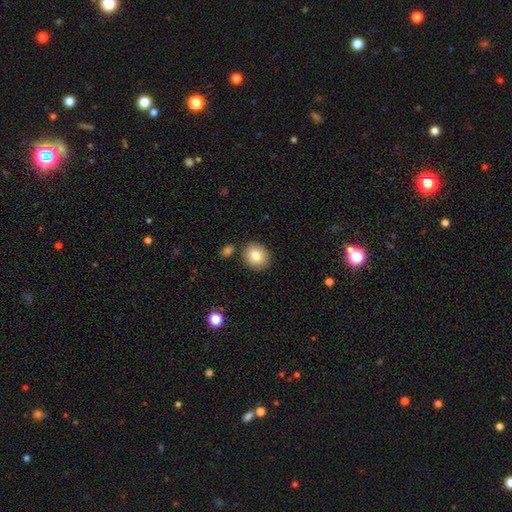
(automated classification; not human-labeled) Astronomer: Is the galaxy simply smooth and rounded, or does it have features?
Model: smooth — 81%.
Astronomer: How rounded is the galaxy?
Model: round — 68%.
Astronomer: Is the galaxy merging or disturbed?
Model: none — 83%.